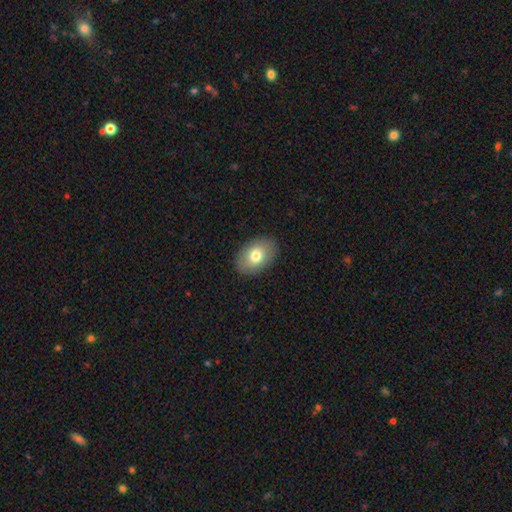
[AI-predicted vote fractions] Q: Smooth or featured?
A: smooth (77%); runner-up: featured or disk (16%)
Q: How rounded?
A: in between (85%); runner-up: round (13%)
Q: Merging?
A: none (88%); runner-up: minor disturbance (9%)